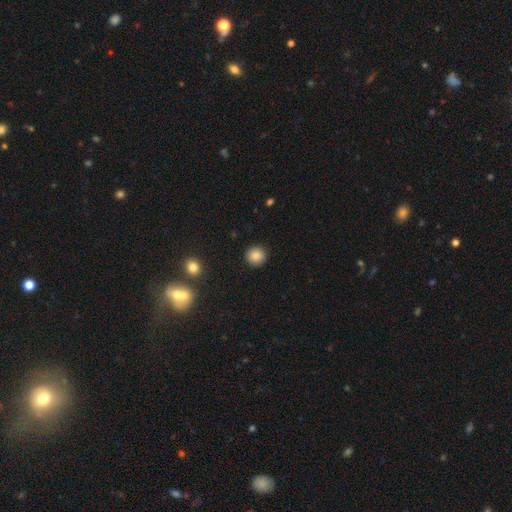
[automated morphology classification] Overall: smooth (87%). How rounded: round (93%). Merging: none (92%).